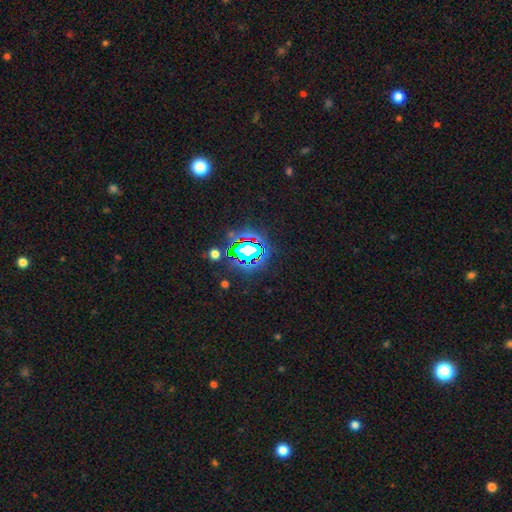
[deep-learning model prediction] smooth_or_featured: star or artifact (p=0.74) [alt: smooth p=0.15]